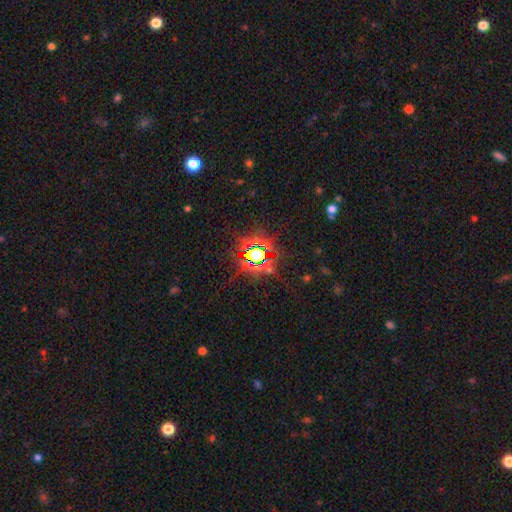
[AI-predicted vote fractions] This is likely a star or artifact rather than a galaxy (77%).